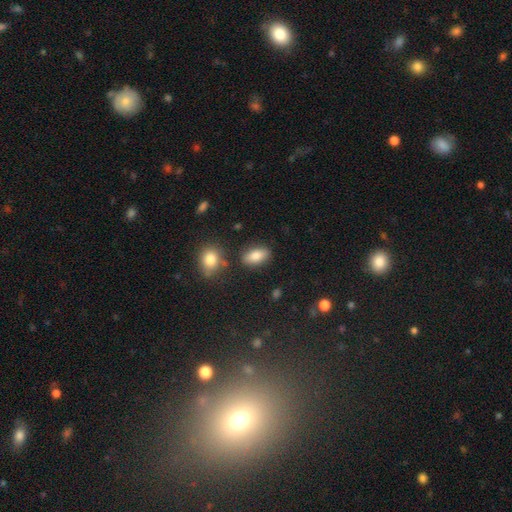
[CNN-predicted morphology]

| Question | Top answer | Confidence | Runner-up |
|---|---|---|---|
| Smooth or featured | smooth | 83% | featured or disk (9%) |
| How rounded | in between | 89% | round (6%) |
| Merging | none | 82% | minor disturbance (11%) |